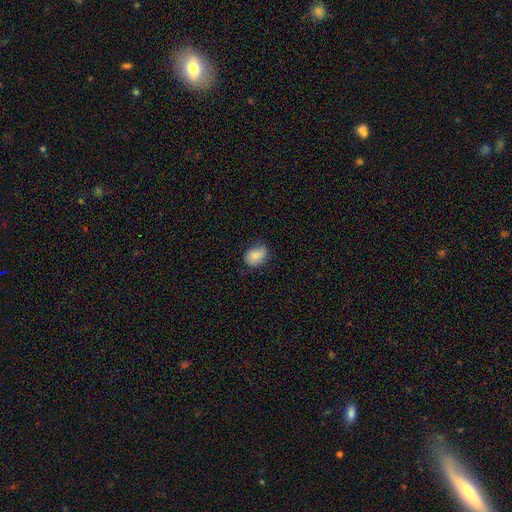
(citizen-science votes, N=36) smooth_or_featured: smooth (p=0.94) [alt: featured or disk p=0.06]
how_rounded: in between (p=0.82) [alt: round p=0.18]
merging: none (p=0.58) [alt: minor disturbance p=0.36]